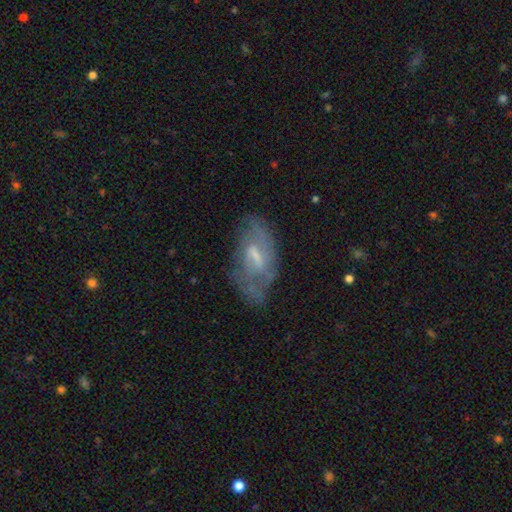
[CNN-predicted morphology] The model was most divided on "bulge size": moderate: 41%, small: 36%, none: 17%, large: 5%, dominant: 1%. More confident: edge-on disk — no (89%); smooth or featured — featured or disk (60%); spiral arms — yes (60%); merging — none (54%); bar — weak (53%).